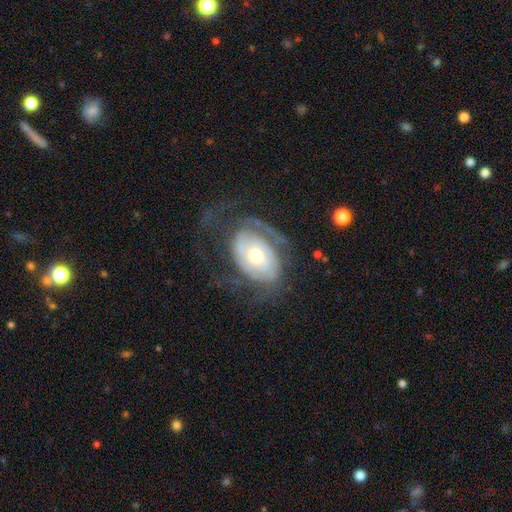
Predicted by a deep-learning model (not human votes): This appears to be a featured or disk galaxy (79%) with no bar (70%), 2 (37%) tight (54%) spiral arms (83%) and a moderate central bulge (55%). Merging: none (50%).